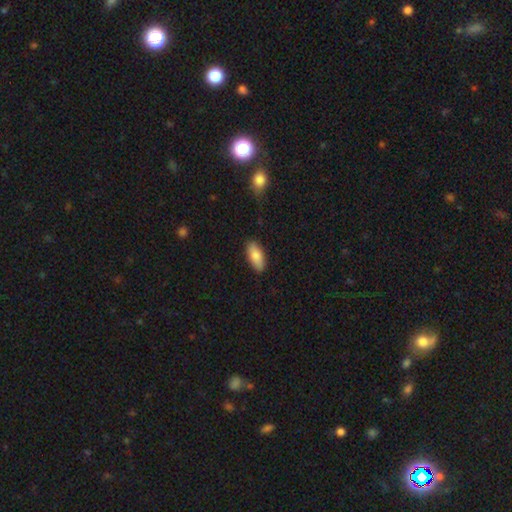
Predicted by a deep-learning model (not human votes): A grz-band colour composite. It shows a smooth galaxy with no disk features (84%) that is in between round and cigar-shaped (84%). Merging: none (87%).